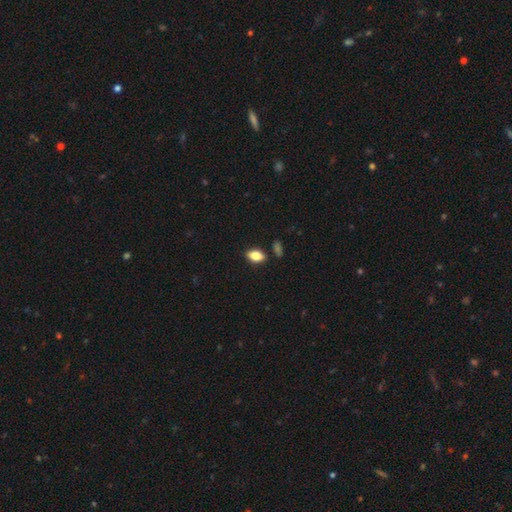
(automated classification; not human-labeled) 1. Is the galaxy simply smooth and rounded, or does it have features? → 80% smooth, 12% featured or disk, 8% star or artifact.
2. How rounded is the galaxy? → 89% in between, 7% round, 4% cigar-shaped.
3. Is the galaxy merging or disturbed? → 84% none, 10% minor disturbance, 4% merger, 2% major disturbance.